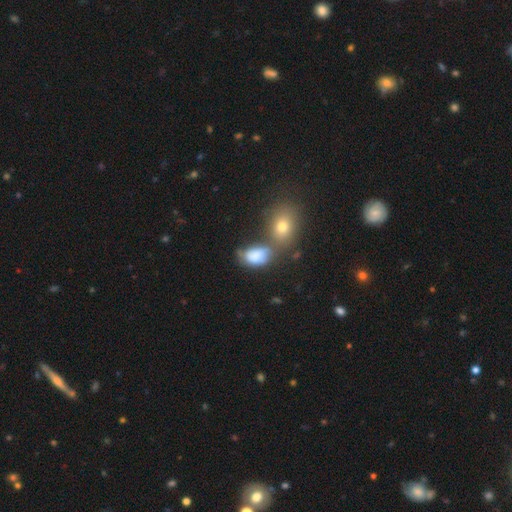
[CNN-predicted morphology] The model was most divided on "merging": merger: 35%, none: 29%, minor disturbance: 21%, major disturbance: 14%. More confident: how rounded — in between (87%); smooth or featured — smooth (76%).